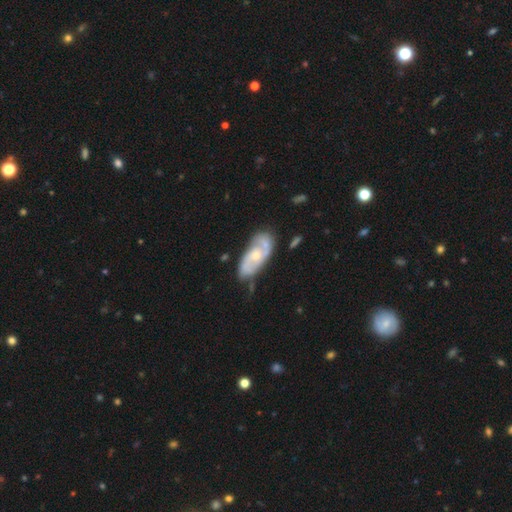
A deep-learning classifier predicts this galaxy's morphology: featured or disk 73%, smooth 22%, star or artifact 5%. Down the decision tree: edge-on disk — no (94%); bar — no (67%); spiral arms — yes (87%); spiral arm count — 2 (72%); spiral winding — medium (45%); bulge size — small (50%); merging — none (61%).